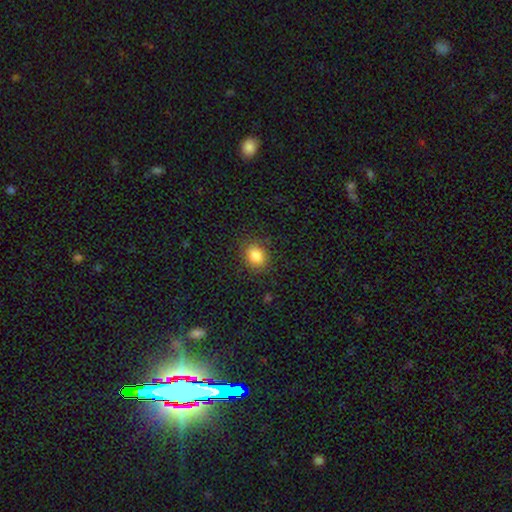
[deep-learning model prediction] This is clearly a smooth galaxy (84%). How rounded: possibly in between (51%). Merging: clearly none (84%).